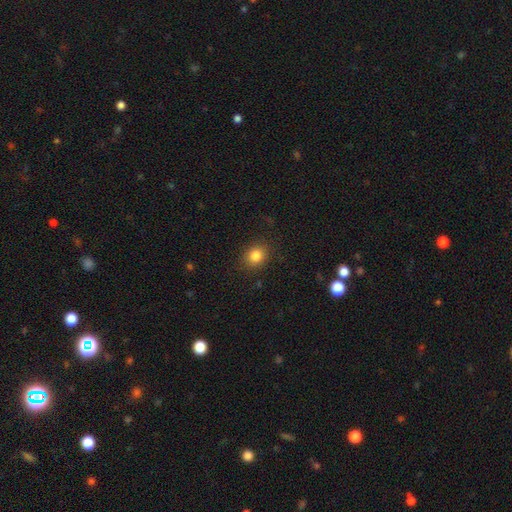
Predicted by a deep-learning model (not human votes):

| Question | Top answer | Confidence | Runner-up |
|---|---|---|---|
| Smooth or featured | smooth | 83% | star or artifact (11%) |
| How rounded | round | 67% | in between (32%) |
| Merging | none | 87% | minor disturbance (9%) |